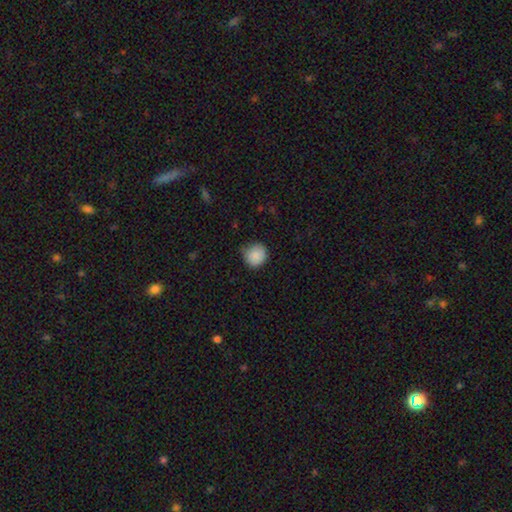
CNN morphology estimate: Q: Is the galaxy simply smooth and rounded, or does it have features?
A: smooth — 88%.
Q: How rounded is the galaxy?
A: round — 89%.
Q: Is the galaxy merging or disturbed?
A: none — 74%.